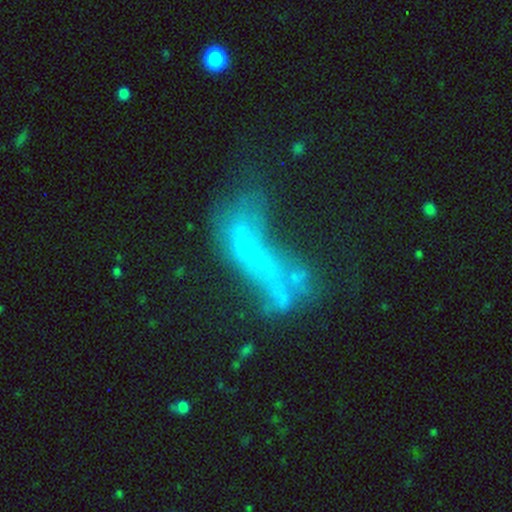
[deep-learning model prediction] Smooth or featured?
  - featured or disk: 48% *
  - smooth: 31%
  - star or artifact: 21%
Merging?
  - major disturbance: 35% *
  - merger: 26%
  - none: 25%
  - minor disturbance: 14%